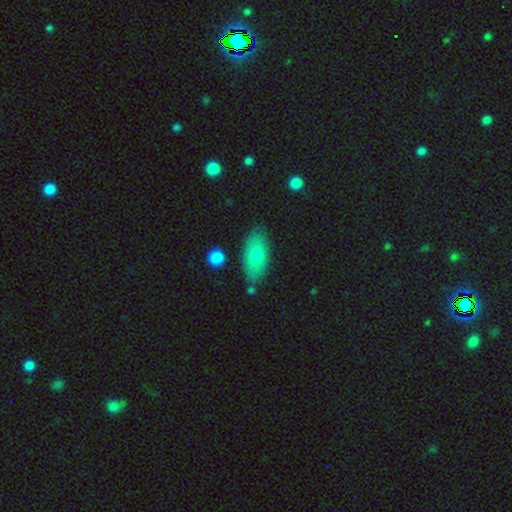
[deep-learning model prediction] Smooth or featured: smooth — 75% (featured or disk — 18%)
How rounded: in between — 89% (cigar-shaped — 8%)
Merging: none — 80% (minor disturbance — 13%)